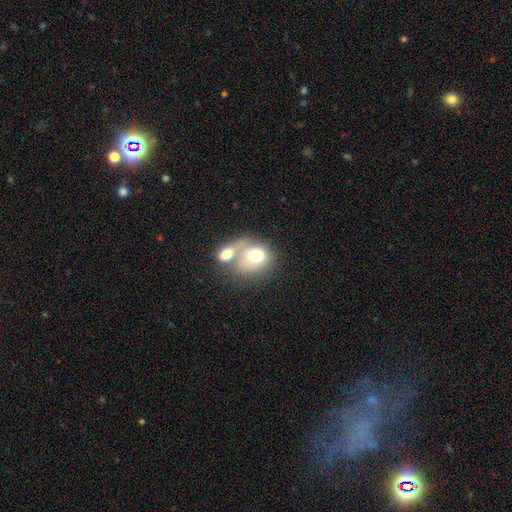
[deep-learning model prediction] A smooth galaxy with no disk features (69%) that is round (55%). Merging: merger (61%).